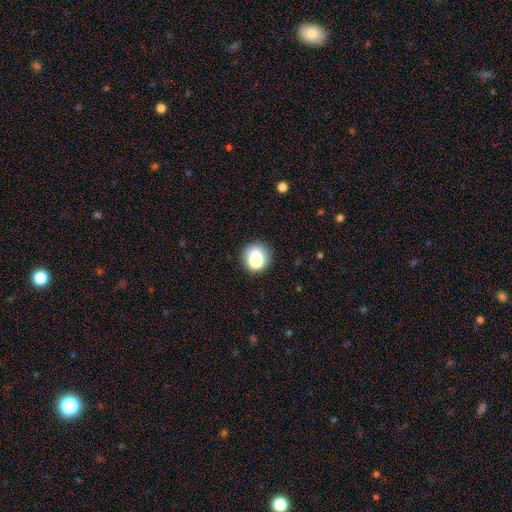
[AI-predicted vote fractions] Smooth or featured? smooth (73%)
How rounded? round (77%)
Merging? none (62%)